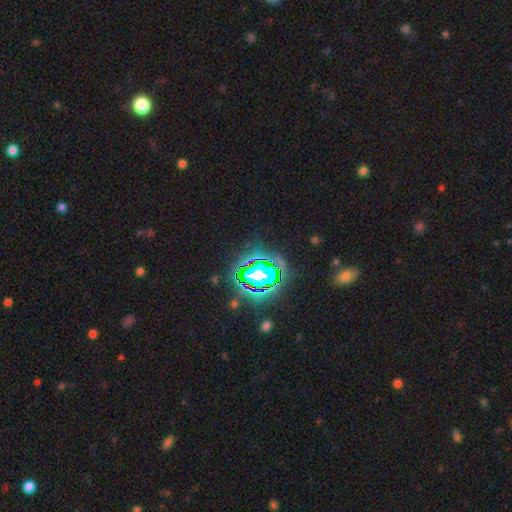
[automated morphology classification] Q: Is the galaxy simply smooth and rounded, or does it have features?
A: star or artifact — 80%.